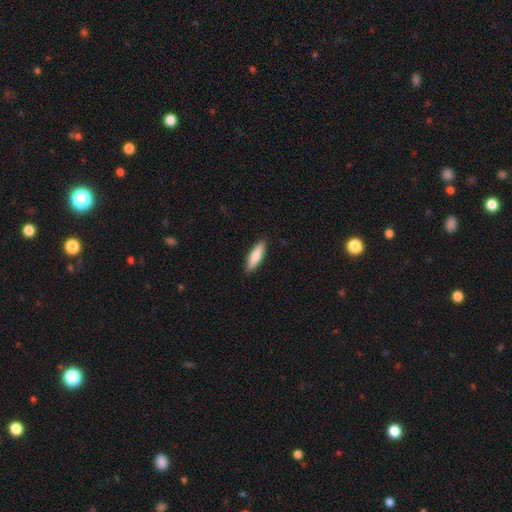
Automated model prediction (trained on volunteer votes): smooth-or-featured: smooth: 82% | featured or disk: 13% | star or artifact: 5%
  how-rounded: cigar-shaped: 63% | in between: 36% | round: 2%
  merging: none: 90% | minor disturbance: 8% | major disturbance: 2% | merger: 1%